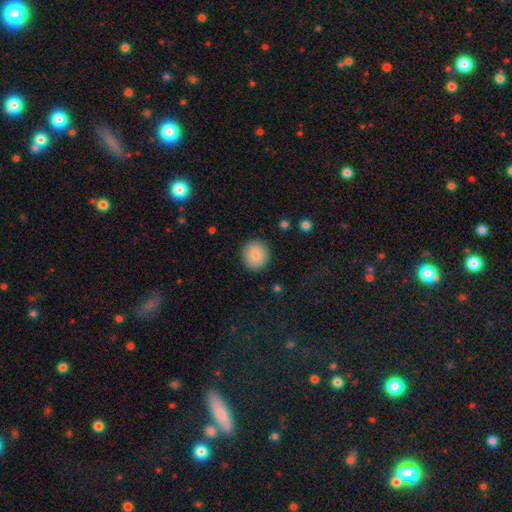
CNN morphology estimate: Smooth or featured? Predicted: smooth (p=0.86). How rounded? Predicted: round (p=0.89). Merging? Predicted: none (p=0.90).